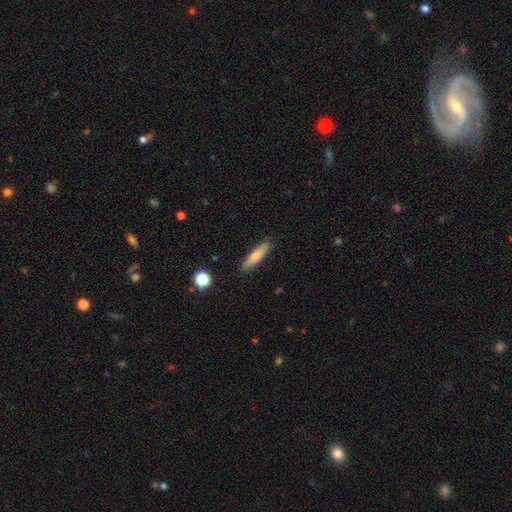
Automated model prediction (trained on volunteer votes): Smooth or featured? Predicted: smooth (p=0.76). How rounded? Predicted: cigar-shaped (p=0.82). Merging? Predicted: none (p=0.88).